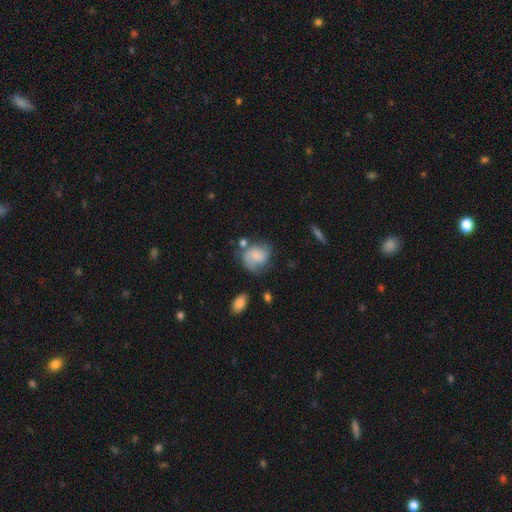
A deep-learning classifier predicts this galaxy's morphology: This is possibly a smooth galaxy (55%). How rounded: possibly round (55%). Merging: possibly none (46%).